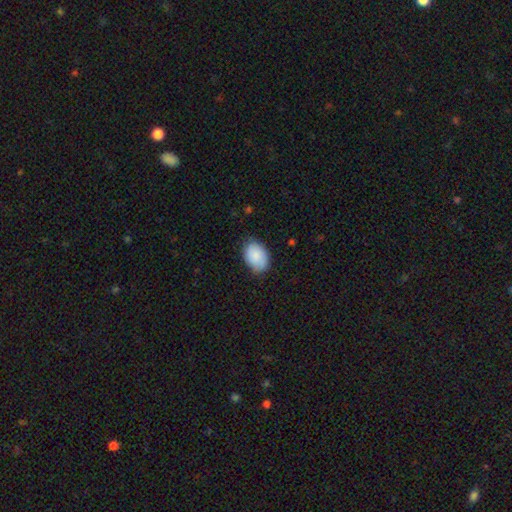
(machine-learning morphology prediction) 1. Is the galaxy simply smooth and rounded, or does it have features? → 87% smooth, 7% featured or disk, 6% star or artifact.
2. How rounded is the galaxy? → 85% in between, 14% round, 1% cigar-shaped.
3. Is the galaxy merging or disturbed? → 78% none, 18% minor disturbance, 3% major disturbance, 1% merger.